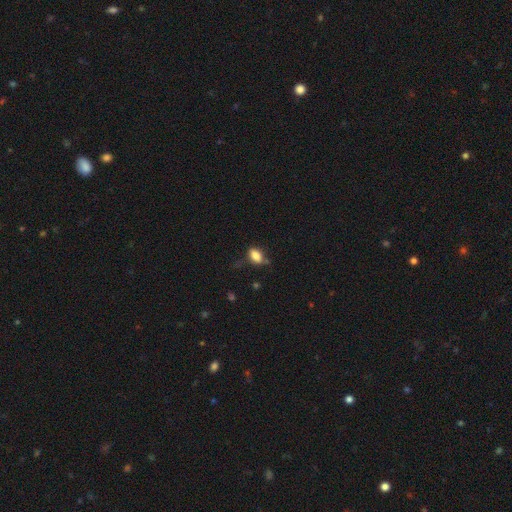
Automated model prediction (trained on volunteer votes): Smooth or featured?
  - smooth: 84% *
  - star or artifact: 9%
  - featured or disk: 7%
How rounded?
  - in between: 85% *
  - round: 13%
  - cigar-shaped: 3%
Merging?
  - none: 59% *
  - minor disturbance: 28%
  - major disturbance: 9%
  - merger: 5%